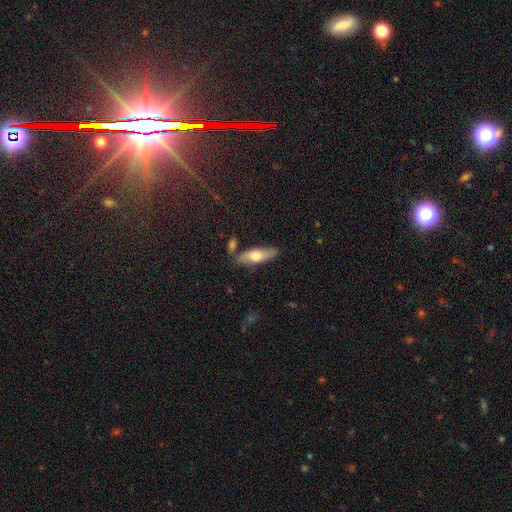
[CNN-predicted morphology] Q: Smooth or featured?
A: smooth (62%); runner-up: featured or disk (32%)
Q: How rounded?
A: in between (49%); tied with: cigar-shaped (49%)
Q: Merging?
A: none (77%); runner-up: minor disturbance (13%)